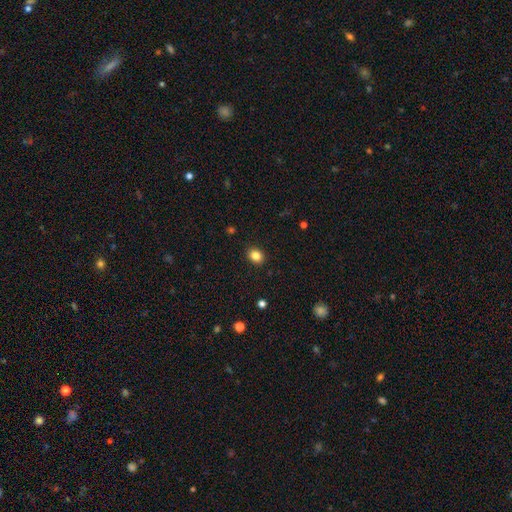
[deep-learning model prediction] Overall: smooth (84%). How rounded: round (54%; in between 46%). Merging: none (90%).